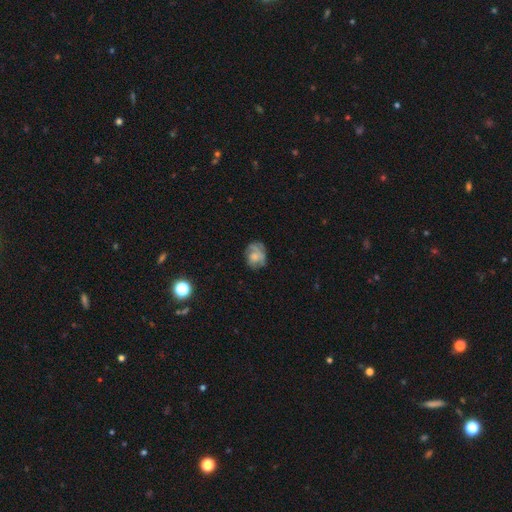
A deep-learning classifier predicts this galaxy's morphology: Smooth or featured? Predicted: featured or disk (p=0.47). Merging? Predicted: none (p=0.58).